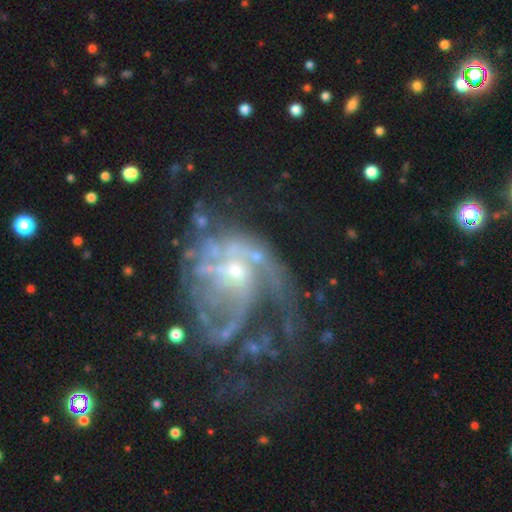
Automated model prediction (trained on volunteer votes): Overall: featured or disk (81%). Edge-on disk: no (98%). Bar: no (65%; weak 28%). Spiral arms: yes (79%). Spiral arm count: can't tell (29%; 2 26%). Spiral winding: loose (39%; medium 38%). Bulge size: small (58%; moderate 30%). Merging: major disturbance (45%; none 31%).